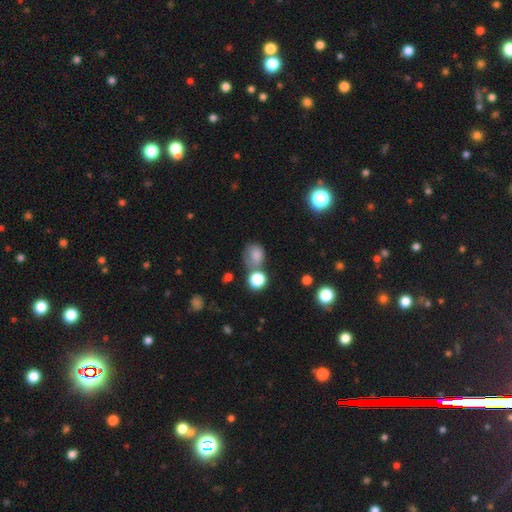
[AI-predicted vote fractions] Smooth or featured? Predicted: smooth (p=0.72). How rounded? Predicted: round (p=0.66). Merging? Predicted: none (p=0.42).